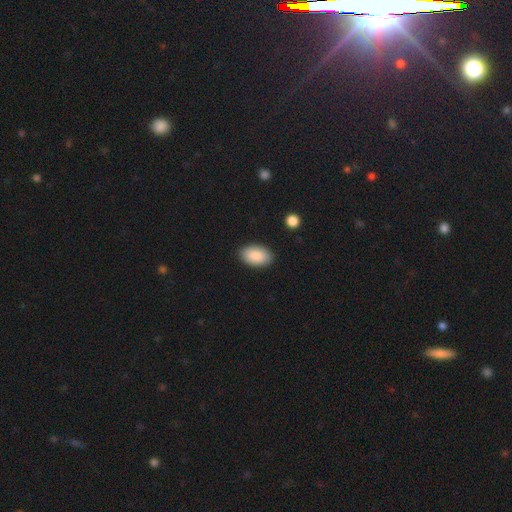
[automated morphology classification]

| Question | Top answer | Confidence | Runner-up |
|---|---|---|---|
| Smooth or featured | smooth | 89% | star or artifact (6%) |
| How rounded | in between | 94% | round (5%) |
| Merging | none | 88% | minor disturbance (9%) |